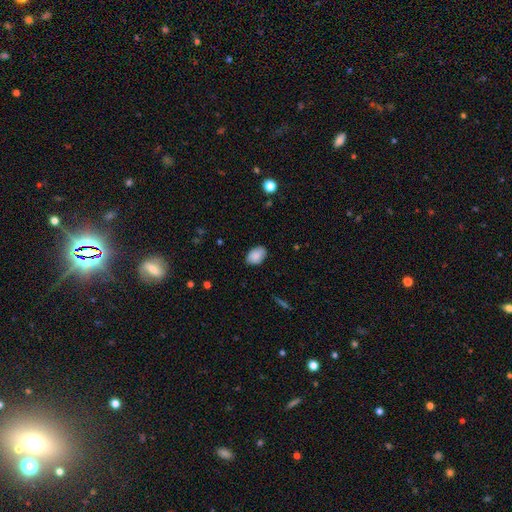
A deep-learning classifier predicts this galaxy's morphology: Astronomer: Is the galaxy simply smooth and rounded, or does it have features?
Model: smooth — 87%.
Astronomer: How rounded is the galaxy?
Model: in between — 87%.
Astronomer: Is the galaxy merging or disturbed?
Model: none — 82%.